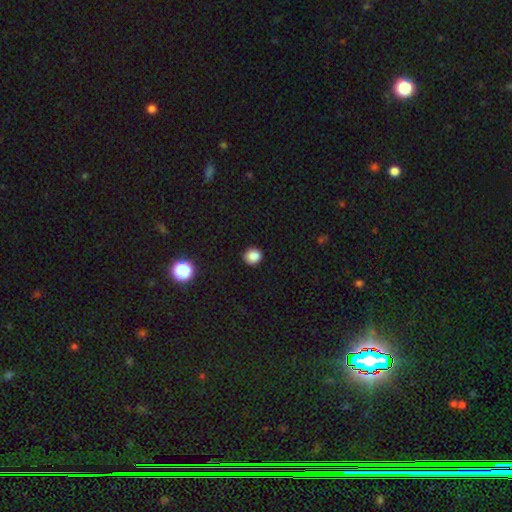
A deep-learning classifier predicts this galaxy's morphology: The model was most divided on "how rounded": round: 84%, in between: 15%, cigar-shaped: 1%. More confident: merging — none (88%); smooth or featured — smooth (85%).